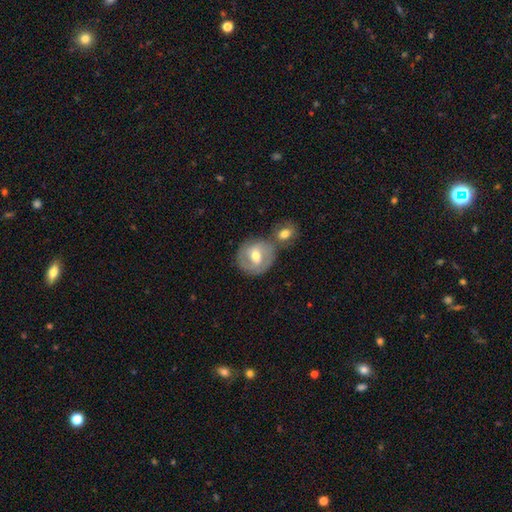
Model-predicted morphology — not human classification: Overall: featured or disk (58%; smooth 36%). Edge-on disk: no (96%). Bar: weak (49%; no 29%). Spiral arms: yes (67%; no 33%). Bulge size: moderate (76%). Merging: none (54%; merger 27%).